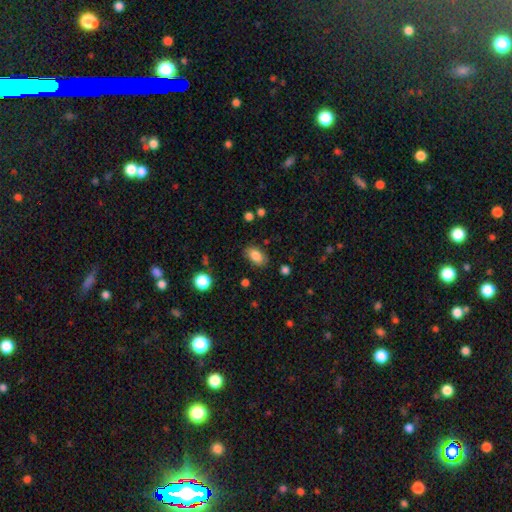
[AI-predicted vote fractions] smooth_or_featured: smooth (p=0.85) [alt: star or artifact p=0.08]
how_rounded: in between (p=0.90) [alt: round p=0.08]
merging: none (p=0.82) [alt: minor disturbance p=0.13]